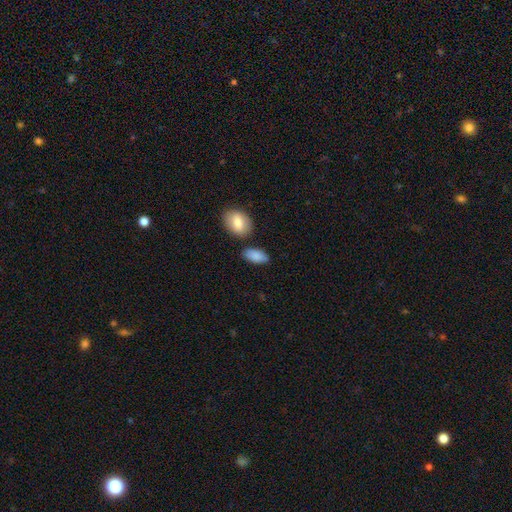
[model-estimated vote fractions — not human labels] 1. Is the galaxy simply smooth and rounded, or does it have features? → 87% smooth, 7% featured or disk, 6% star or artifact.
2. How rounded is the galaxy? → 92% in between, 4% round, 4% cigar-shaped.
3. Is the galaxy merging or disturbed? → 74% none, 14% minor disturbance, 8% merger, 3% major disturbance.